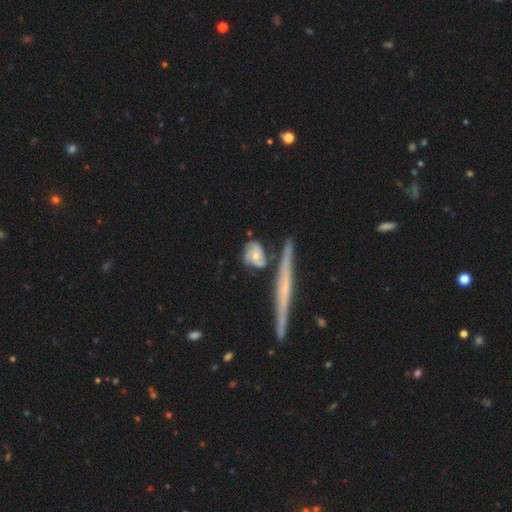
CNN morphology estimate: A featured or disk galaxy (65%) with no bar (70%), spiral arms (82%) and a moderate central bulge (61%). Merging: none (53%).